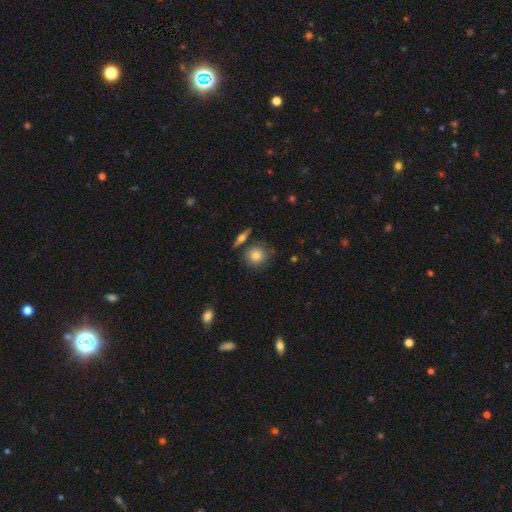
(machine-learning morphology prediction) smooth_or_featured: smooth (p=0.77) [alt: featured or disk p=0.14]
how_rounded: round (p=0.89) [alt: in between p=0.10]
merging: none (p=0.75) [alt: minor disturbance p=0.12]